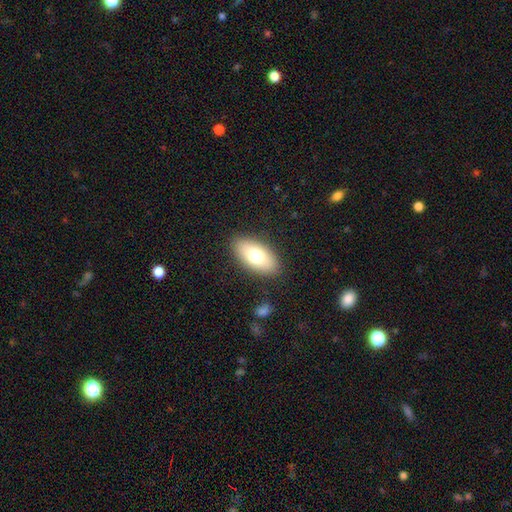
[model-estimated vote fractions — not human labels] A smooth galaxy with no disk features (72%) that is in between round and cigar-shaped (92%). Merging: none (87%).